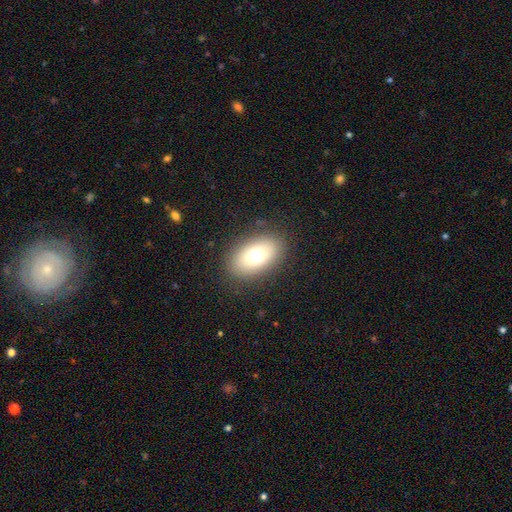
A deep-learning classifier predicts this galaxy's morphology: smooth_or_featured: smooth (p=0.71) [alt: featured or disk p=0.17]
how_rounded: in between (p=0.85) [alt: round p=0.13]
merging: none (p=0.85) [alt: minor disturbance p=0.10]